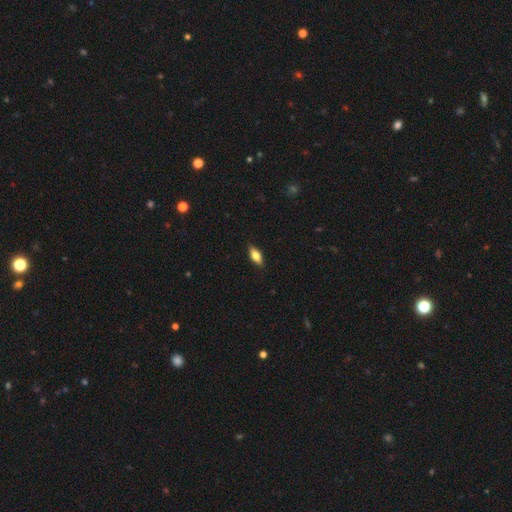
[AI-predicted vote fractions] A smooth galaxy with no disk features (70%) that is in between round and cigar-shaped (80%).

Vote fractions:
- Smooth or featured? smooth: 70% / featured or disk: 23% / star or artifact: 7%
- How rounded? in between: 80% / cigar-shaped: 16% / round: 3%
- Merging? none: 88% / minor disturbance: 9% / major disturbance: 2% / merger: 1%